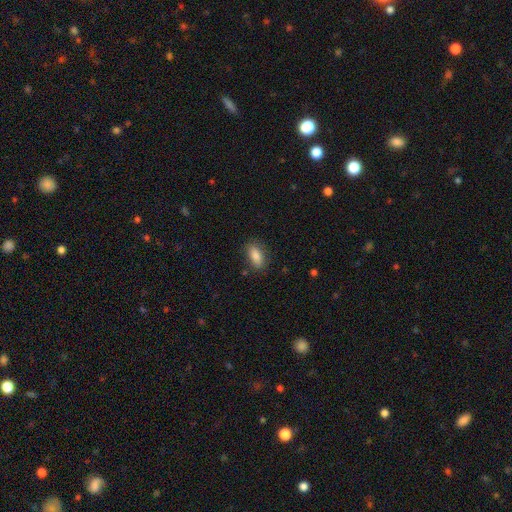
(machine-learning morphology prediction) A smooth galaxy with no disk features (84%) that is in between round and cigar-shaped (85%).

Vote fractions:
- Smooth or featured? smooth: 84% / featured or disk: 9% / star or artifact: 8%
- How rounded? in between: 85% / cigar-shaped: 11% / round: 4%
- Merging? none: 83% / minor disturbance: 13% / major disturbance: 3% / merger: 1%